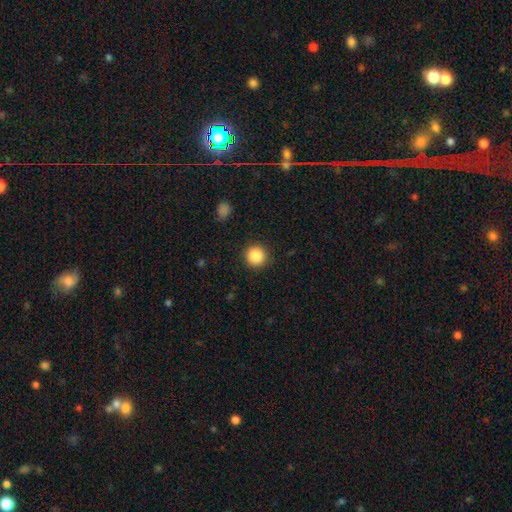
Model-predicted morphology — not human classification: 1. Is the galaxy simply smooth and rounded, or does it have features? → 87% smooth, 9% star or artifact, 4% featured or disk.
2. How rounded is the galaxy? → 95% round, 4% in between, 1% cigar-shaped.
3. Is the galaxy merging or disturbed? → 90% none, 6% minor disturbance, 2% major disturbance, 1% merger.